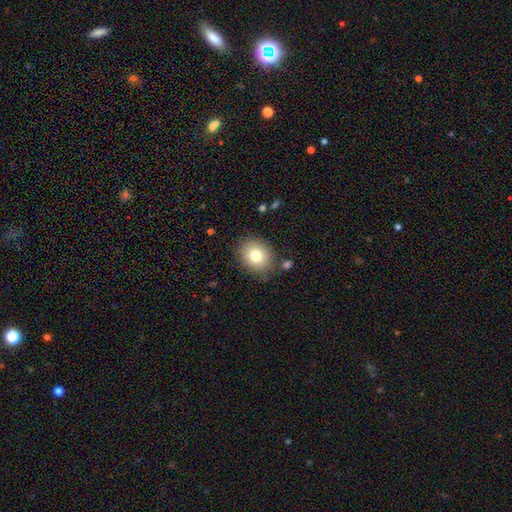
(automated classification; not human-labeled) Q: Smooth or featured?
A: smooth (79%); runner-up: featured or disk (11%)
Q: How rounded?
A: round (62%); runner-up: in between (37%)
Q: Merging?
A: none (82%); runner-up: minor disturbance (12%)